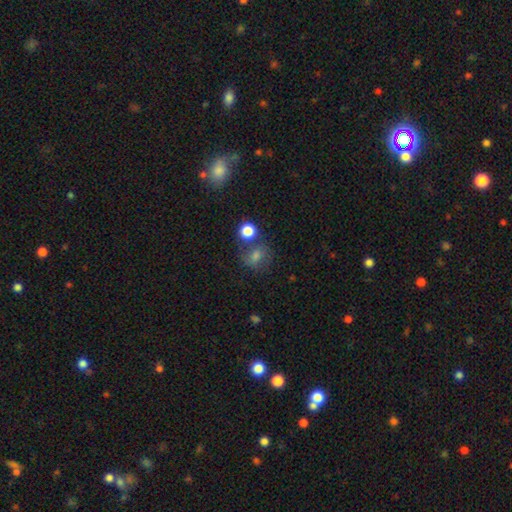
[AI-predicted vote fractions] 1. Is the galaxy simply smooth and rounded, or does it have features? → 61% smooth, 20% star or artifact, 19% featured or disk.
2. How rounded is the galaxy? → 69% round, 30% in between, 1% cigar-shaped.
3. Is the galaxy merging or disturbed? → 62% none, 16% minor disturbance, 15% merger, 7% major disturbance.